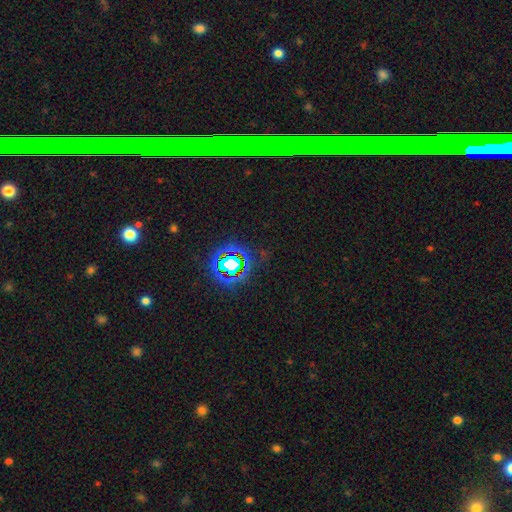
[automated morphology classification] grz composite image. It shows a star or artifact, not a galaxy (71%).